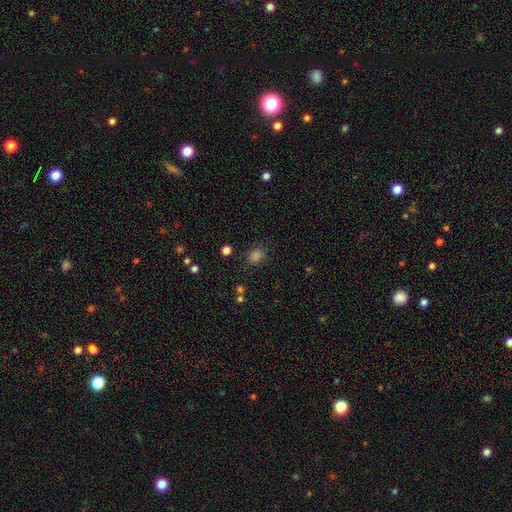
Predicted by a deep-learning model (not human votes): The model was most divided on "how rounded" (2-way tie): in between: 49%, round: 49%, cigar-shaped: 1%. More confident: merging — none (84%); smooth or featured — smooth (75%).